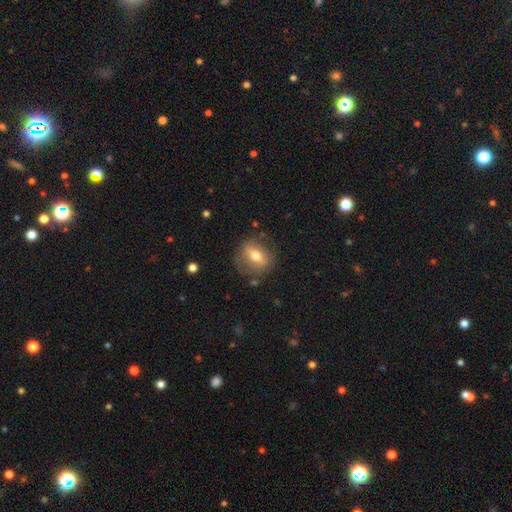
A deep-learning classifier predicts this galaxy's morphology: The model was most divided on "smooth or featured": smooth: 53%, featured or disk: 38%, star or artifact: 9%. More confident: merging — none (78%); how rounded — round (56%).